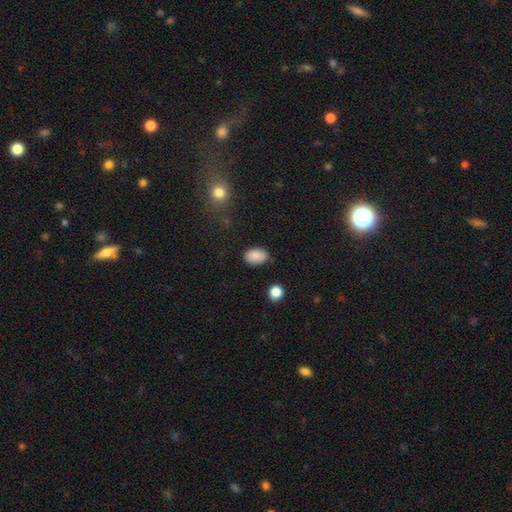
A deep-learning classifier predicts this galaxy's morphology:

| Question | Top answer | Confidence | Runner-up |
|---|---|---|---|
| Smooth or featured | smooth | 87% | star or artifact (8%) |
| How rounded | in between | 84% | round (15%) |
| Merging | none | 75% | minor disturbance (19%) |